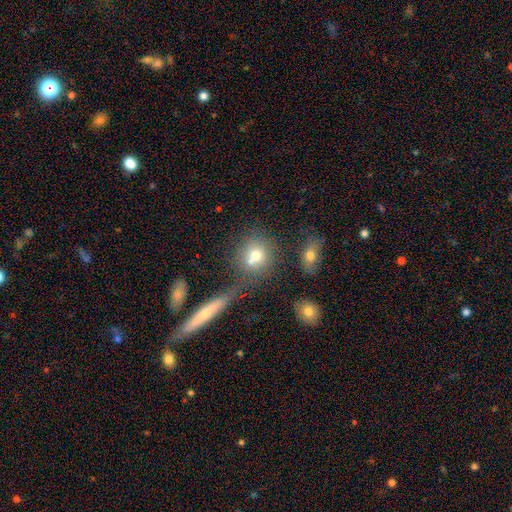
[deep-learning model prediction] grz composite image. It shows a smooth galaxy with no disk features (70%) that is round (81%). Merging: none (46%).